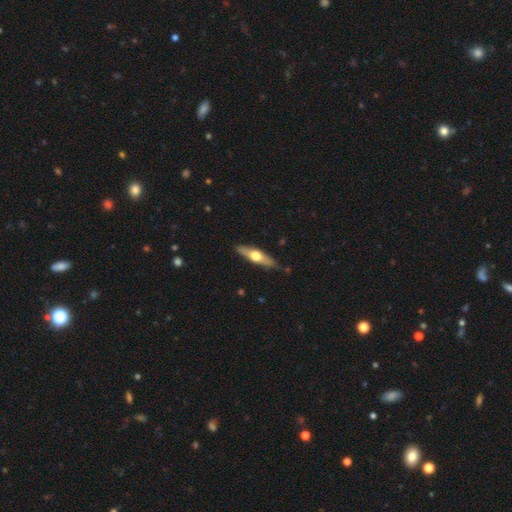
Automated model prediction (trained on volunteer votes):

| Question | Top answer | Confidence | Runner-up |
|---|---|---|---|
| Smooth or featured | featured or disk | 53% | smooth (42%) |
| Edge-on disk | yes | 88% | no (12%) |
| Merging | none | 86% | minor disturbance (11%) |